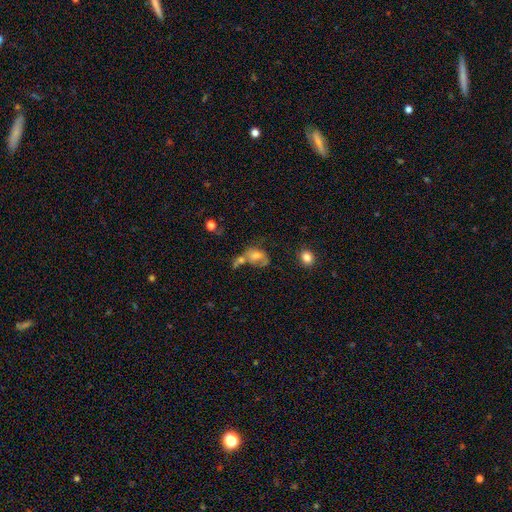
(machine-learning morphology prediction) smooth 54%, featured or disk 35%, star or artifact 12%. Down the decision tree: how rounded — in between (69%); merging — merger (33%).